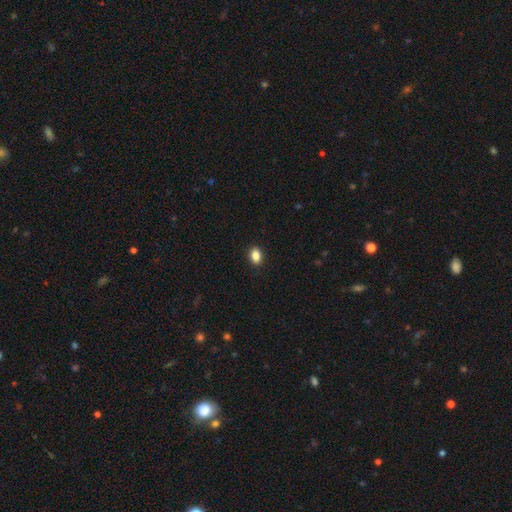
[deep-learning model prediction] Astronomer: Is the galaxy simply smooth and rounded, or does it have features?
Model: smooth — 86%.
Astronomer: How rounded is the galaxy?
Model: in between — 76%.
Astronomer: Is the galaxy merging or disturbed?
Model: none — 90%.